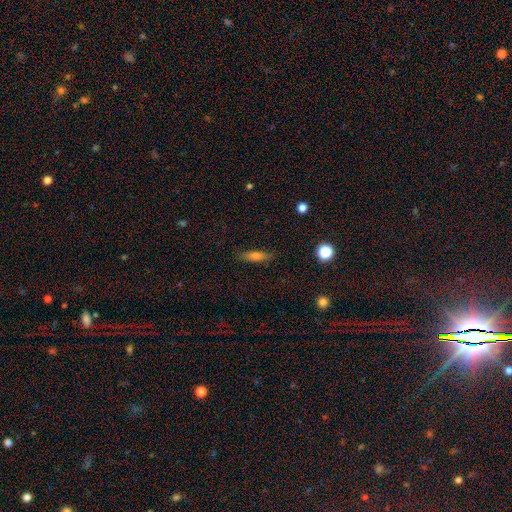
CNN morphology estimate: type=smooth (67%); roundness=cigar-shaped (65%); merging=none (85%).